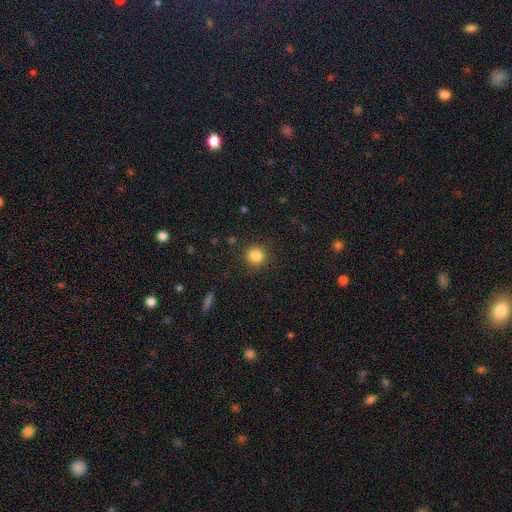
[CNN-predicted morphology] Smooth or featured? Predicted: smooth (p=0.84). How rounded? Predicted: round (p=0.92). Merging? Predicted: none (p=0.89).